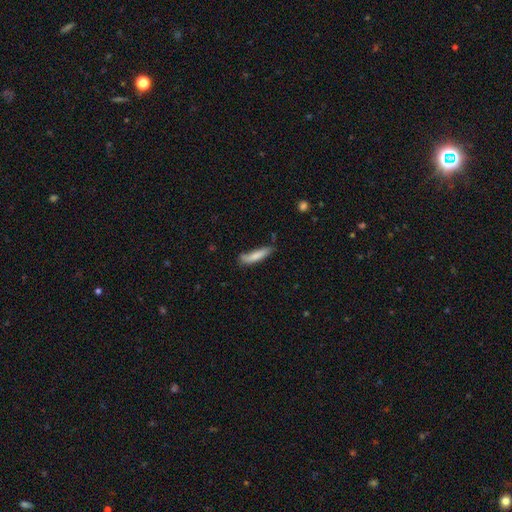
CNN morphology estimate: smooth_or_featured: smooth (p=0.80) [alt: featured or disk p=0.14]
how_rounded: cigar-shaped (p=0.79) [alt: in between p=0.20]
merging: none (p=0.60) [alt: minor disturbance p=0.28]